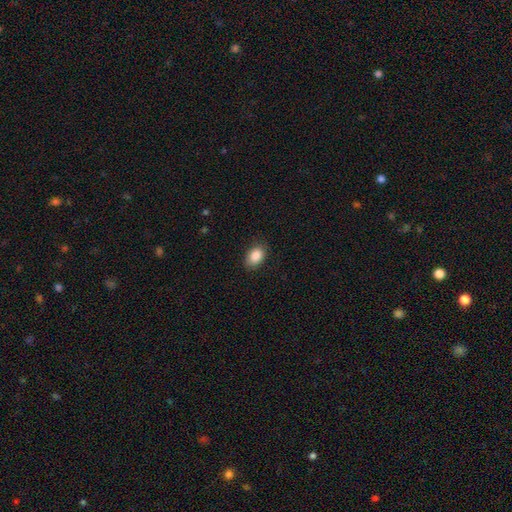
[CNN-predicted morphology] A smooth galaxy with no disk features (88%) that is in between round and cigar-shaped (87%). Merging: none (85%).